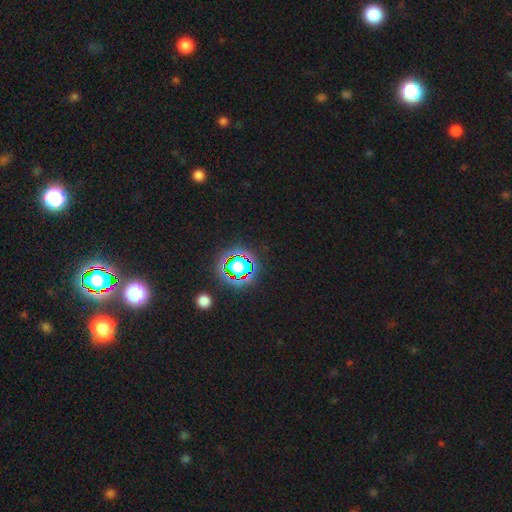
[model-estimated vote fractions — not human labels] Smooth or featured? Predicted: star or artifact (p=0.81).